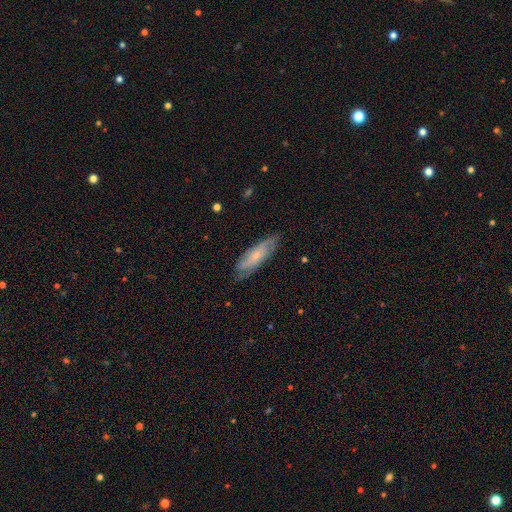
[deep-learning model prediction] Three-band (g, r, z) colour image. It shows a featured or disk galaxy (58%). Merging: none (76%).